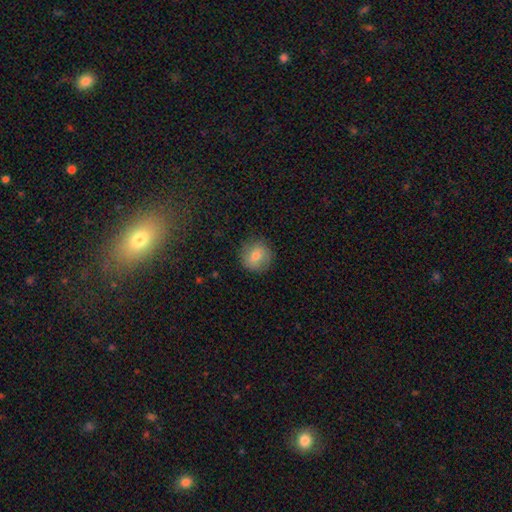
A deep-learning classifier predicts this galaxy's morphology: Q: Smooth or featured?
A: smooth (76%); runner-up: featured or disk (15%)
Q: How rounded?
A: round (93%); runner-up: in between (6%)
Q: Merging?
A: none (86%); runner-up: minor disturbance (11%)